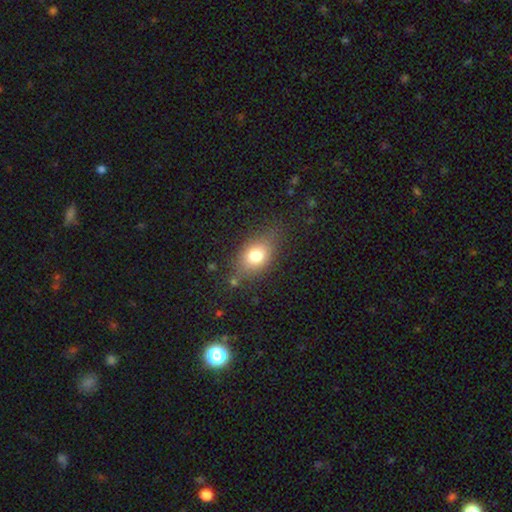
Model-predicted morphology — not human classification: This appears to be a smooth galaxy with no disk features (75%) that is in between round and cigar-shaped (72%). Merging: none (73%).